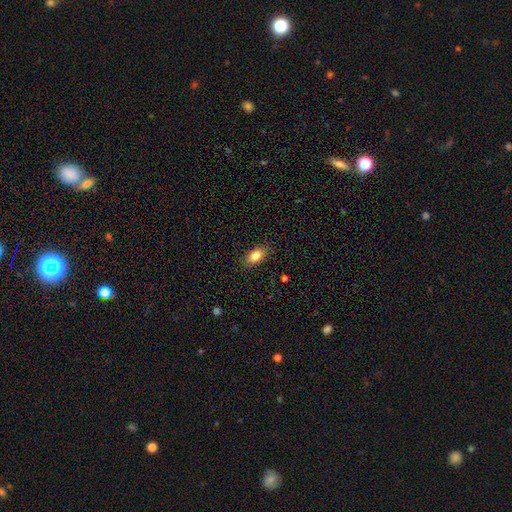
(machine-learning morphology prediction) Smooth or featured: smooth — 82% (featured or disk — 10%)
How rounded: in between — 88% (round — 7%)
Merging: none — 87% (minor disturbance — 10%)